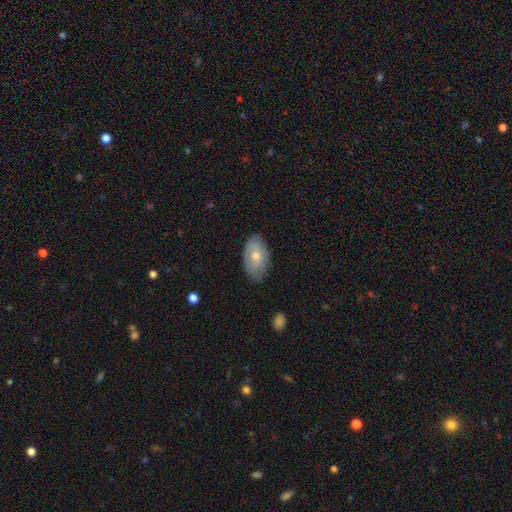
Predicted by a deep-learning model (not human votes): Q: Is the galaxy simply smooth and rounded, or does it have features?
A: smooth — 67%.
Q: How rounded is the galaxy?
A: in between — 93%.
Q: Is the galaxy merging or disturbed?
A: none — 72%.